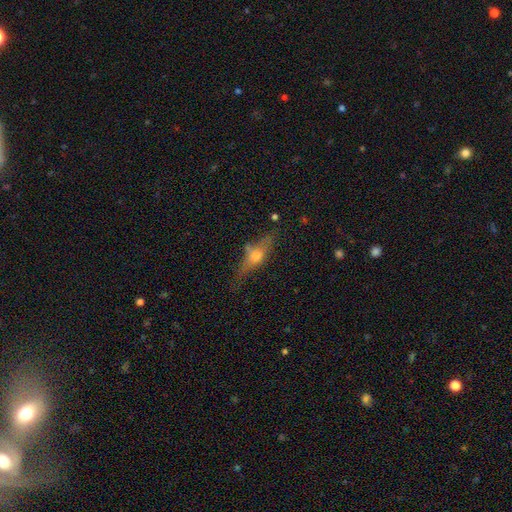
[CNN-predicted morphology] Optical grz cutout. It shows a featured or disk galaxy (55%) viewed edge-on (86%). Merging: none (67%).